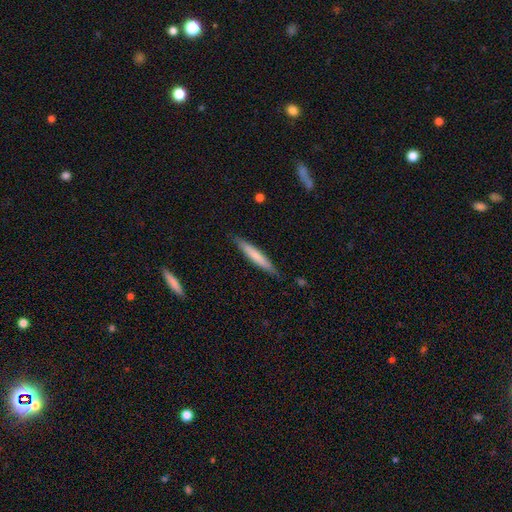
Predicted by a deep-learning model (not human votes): A smooth galaxy with no disk features (68%) that is cigar-shaped (93%). Merging: none (86%).